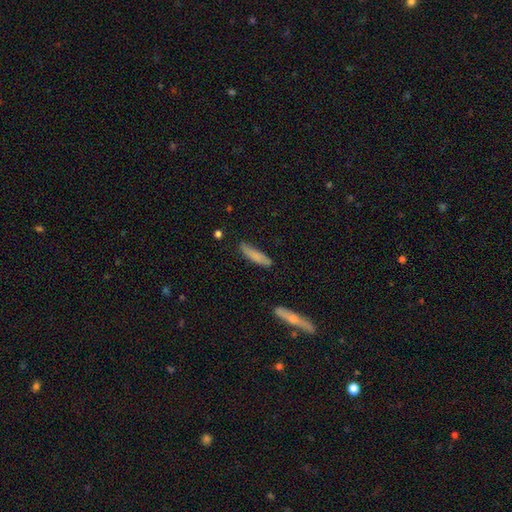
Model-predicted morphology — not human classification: The model was most divided on "how rounded": cigar-shaped: 78%, in between: 21%, round: 2%. More confident: smooth or featured — smooth (77%); merging — none (76%).